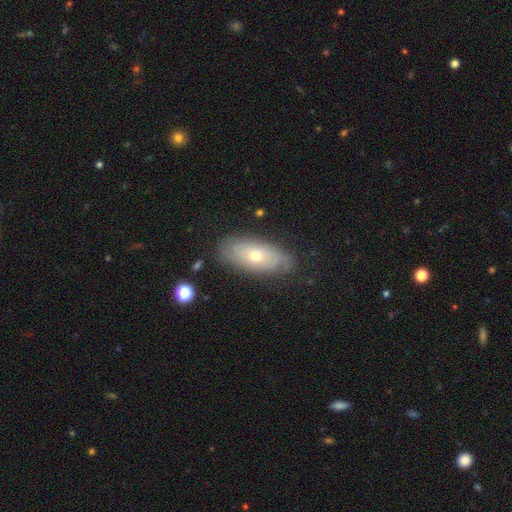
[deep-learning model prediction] smooth-or-featured: featured or disk: 51% | smooth: 42% | star or artifact: 7%
  disk-edge-on: no: 84% | yes: 16%
  merging: none: 75% | minor disturbance: 18% | major disturbance: 5% | merger: 2%